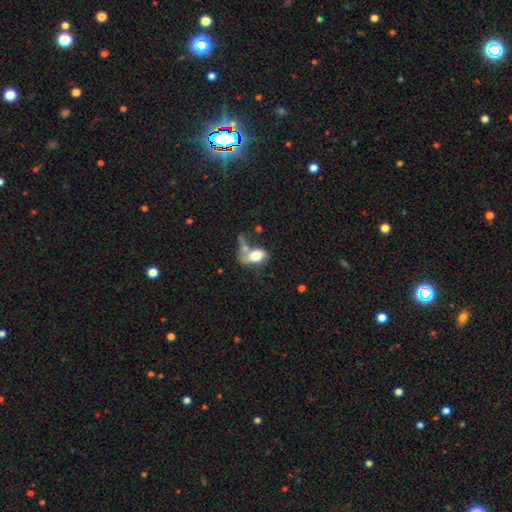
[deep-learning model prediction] This appears to be a smooth galaxy with no disk features (70%) that is in between round and cigar-shaped (84%). Merging: merger (38%).